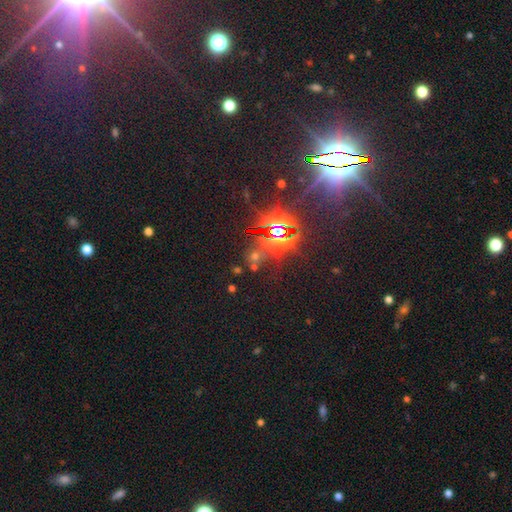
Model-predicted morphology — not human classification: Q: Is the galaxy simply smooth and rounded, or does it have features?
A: star or artifact — 75%.